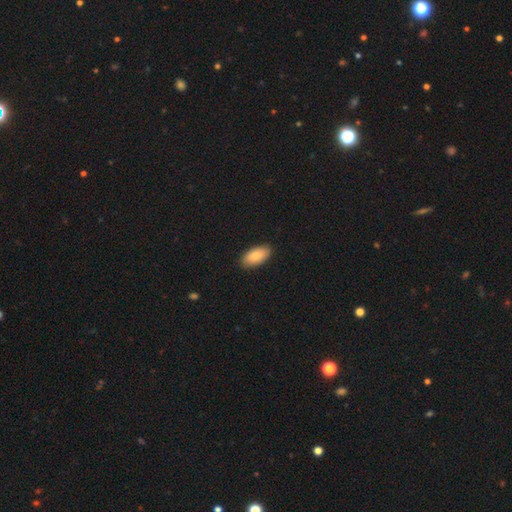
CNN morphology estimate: smooth-or-featured: smooth: 85% | featured or disk: 10% | star or artifact: 6%
  how-rounded: in between: 94% | cigar-shaped: 4% | round: 2%
  merging: none: 88% | minor disturbance: 9% | major disturbance: 2% | merger: 1%